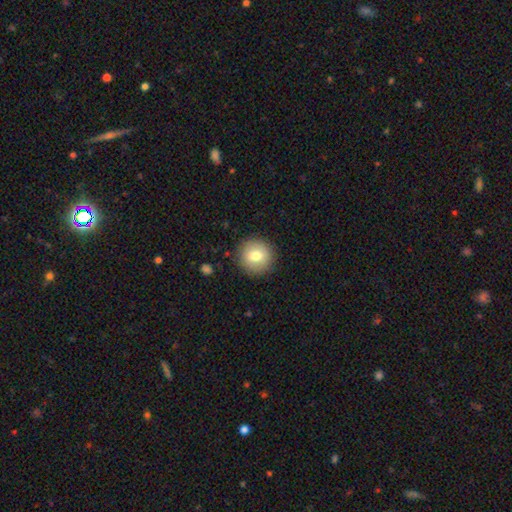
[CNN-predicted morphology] smooth 77%, featured or disk 15%, star or artifact 9%. Down the decision tree: how rounded — round (94%); merging — none (89%).